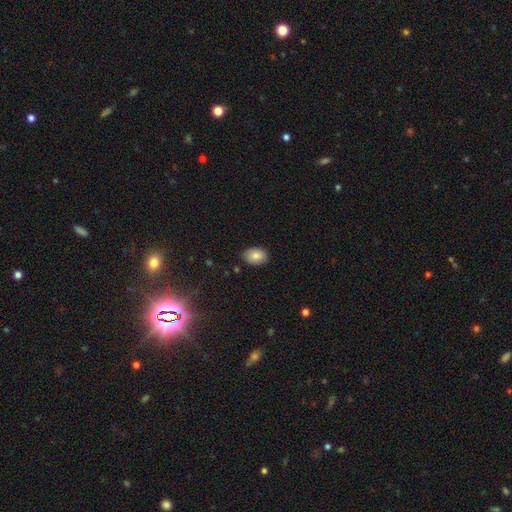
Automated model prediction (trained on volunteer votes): Smooth or featured? Predicted: smooth (p=0.84). How rounded? Predicted: in between (p=0.80). Merging? Predicted: none (p=0.85).